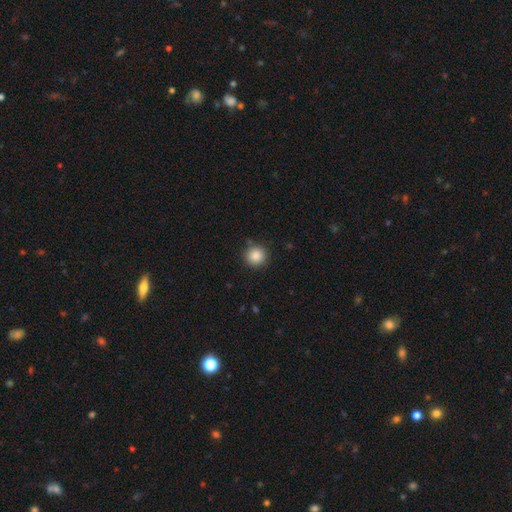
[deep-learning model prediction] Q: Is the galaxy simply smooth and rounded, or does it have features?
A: smooth — 87%.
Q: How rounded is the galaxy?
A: round — 94%.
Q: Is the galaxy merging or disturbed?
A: none — 87%.